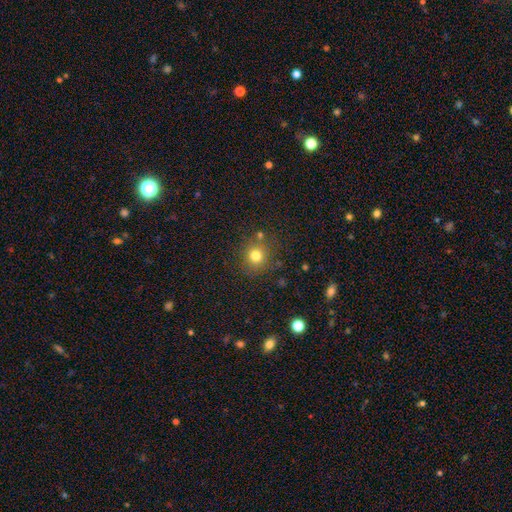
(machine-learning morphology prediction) smooth-or-featured: smooth: 77% | star or artifact: 16% | featured or disk: 7%
  how-rounded: round: 90% | in between: 9% | cigar-shaped: 1%
  merging: none: 80% | minor disturbance: 10% | merger: 6% | major disturbance: 4%